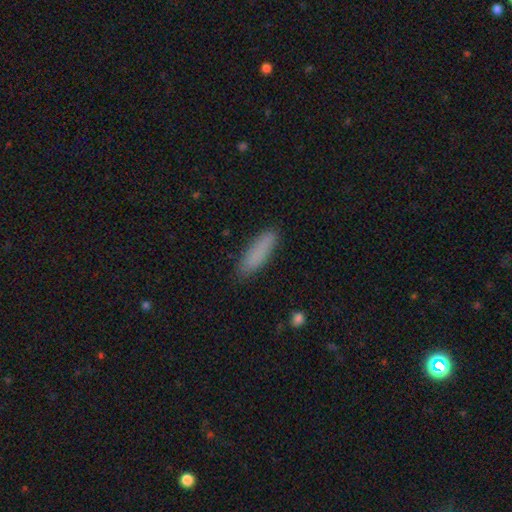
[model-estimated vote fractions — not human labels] A smooth galaxy with no disk features (86%) that is cigar-shaped (65%).

Vote fractions:
- Smooth or featured? smooth: 86% / featured or disk: 8% / star or artifact: 7%
- How rounded? cigar-shaped: 65% / in between: 34% / round: 2%
- Merging? none: 84% / minor disturbance: 12% / major disturbance: 2% / merger: 1%